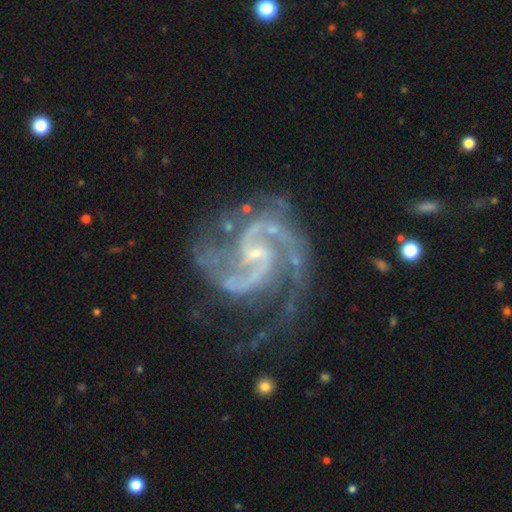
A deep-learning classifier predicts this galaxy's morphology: Smooth or featured: featured or disk — 94% (star or artifact — 4%)
Edge-on disk: no — 98% (yes — 2%)
Bar: weak — 48% (no — 36%)
Spiral arms: yes — 99% (no — 1%)
Spiral winding: medium — 64% (tight — 24%)
Spiral arm count: 2 — 83% (3 — 7%)
Bulge size: small — 75% (moderate — 13%)
Merging: none — 61% (minor disturbance — 21%)